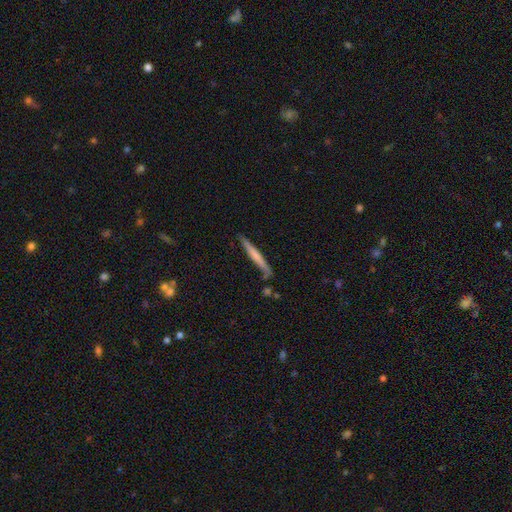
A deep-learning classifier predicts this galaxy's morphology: Smooth or featured: smooth — 57% (featured or disk — 38%)
How rounded: cigar-shaped — 96% (in between — 3%)
Merging: none — 76% (minor disturbance — 16%)